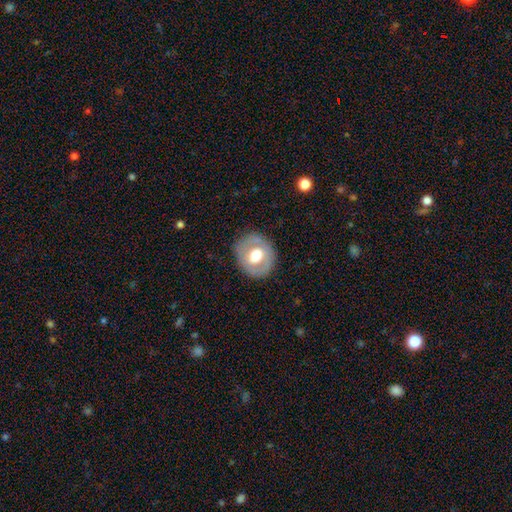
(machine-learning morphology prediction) smooth_or_featured: smooth (p=0.49) [alt: featured or disk p=0.44]
merging: none (p=0.83) [alt: minor disturbance p=0.11]